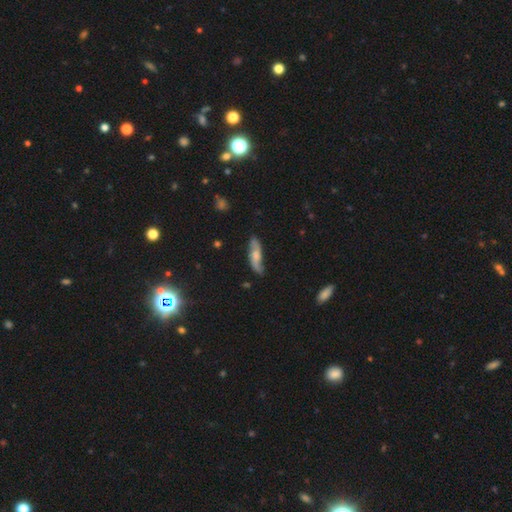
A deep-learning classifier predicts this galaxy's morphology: featured or disk 50%, smooth 44%, star or artifact 6%. Down the decision tree: merging — none (69%).